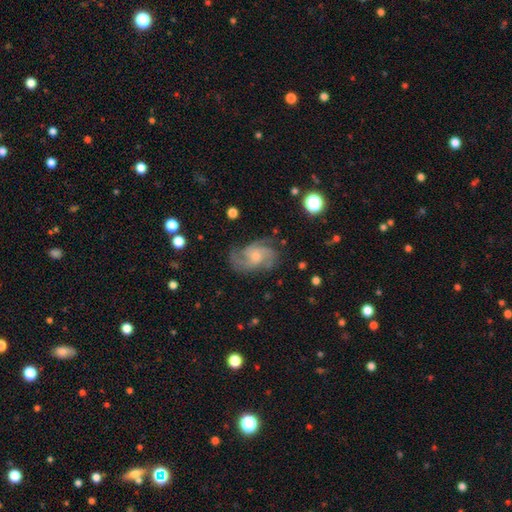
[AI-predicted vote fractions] Q: Smooth or featured?
A: featured or disk (84%); runner-up: smooth (10%)
Q: Edge-on disk?
A: no (98%); runner-up: yes (2%)
Q: Bar?
A: no (66%); runner-up: weak (30%)
Q: Spiral arms?
A: yes (96%); runner-up: no (4%)
Q: Spiral winding?
A: medium (52%); runner-up: tight (29%)
Q: Spiral arm count?
A: 3 (42%); runner-up: 2 (20%)
Q: Bulge size?
A: small (48%); runner-up: moderate (41%)
Q: Merging?
A: none (69%); runner-up: minor disturbance (19%)